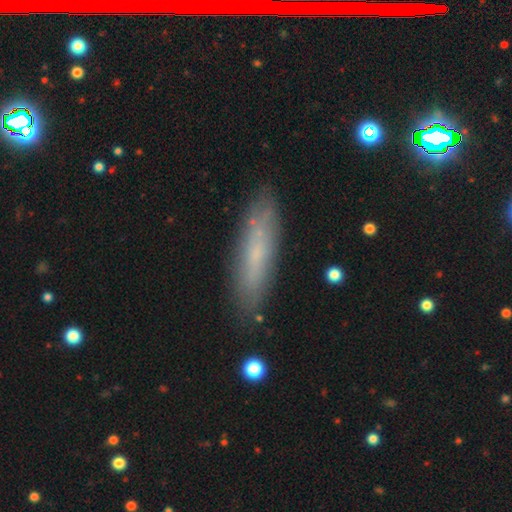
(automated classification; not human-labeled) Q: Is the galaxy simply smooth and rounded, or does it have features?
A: smooth — 59%.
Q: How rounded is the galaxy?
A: cigar-shaped — 70%.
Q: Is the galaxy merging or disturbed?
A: none — 82%.